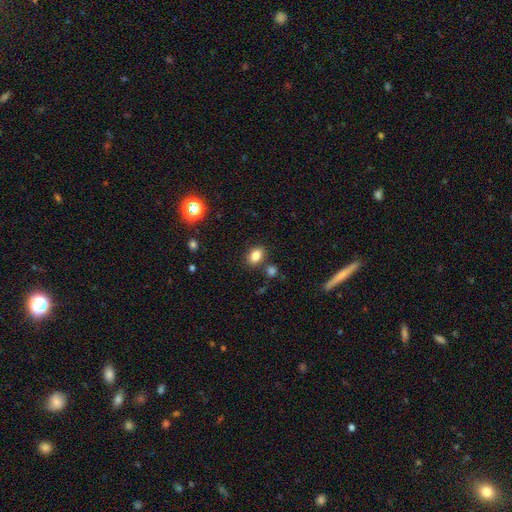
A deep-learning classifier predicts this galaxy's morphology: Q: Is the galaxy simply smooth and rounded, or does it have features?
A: smooth — 84%.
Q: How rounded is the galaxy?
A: in between — 77%.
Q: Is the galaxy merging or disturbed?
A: none — 79%.